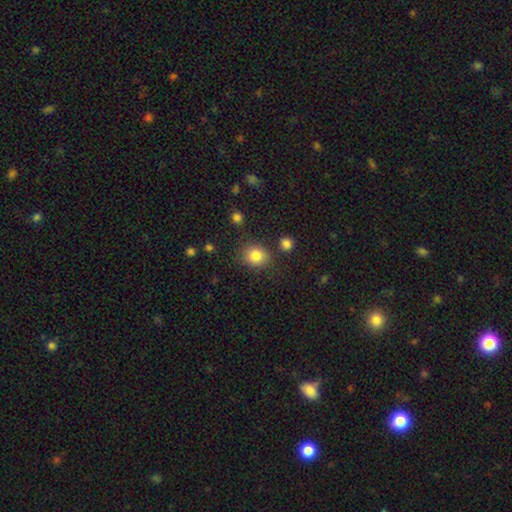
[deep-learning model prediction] Smooth or featured? Predicted: smooth (p=0.83). How rounded? Predicted: round (p=0.75). Merging? Predicted: none (p=0.81).